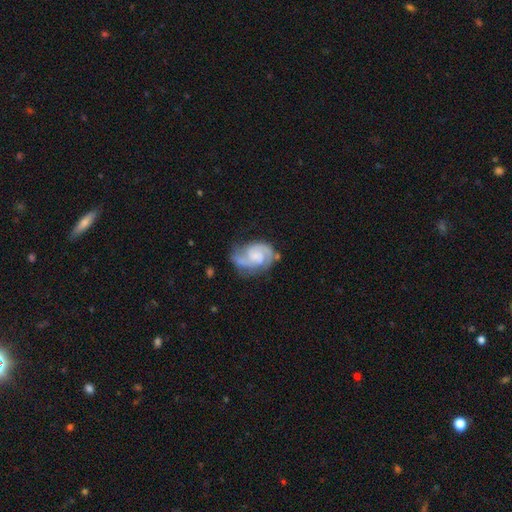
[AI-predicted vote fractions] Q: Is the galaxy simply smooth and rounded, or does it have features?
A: featured or disk — 84%.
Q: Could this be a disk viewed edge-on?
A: no — 98%.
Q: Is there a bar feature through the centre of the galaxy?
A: no — 57%.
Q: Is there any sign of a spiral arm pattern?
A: yes — 96%.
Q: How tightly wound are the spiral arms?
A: medium — 47%.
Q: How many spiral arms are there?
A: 2 — 83%.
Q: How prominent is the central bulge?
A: small — 36%.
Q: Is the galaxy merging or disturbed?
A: none — 57%.